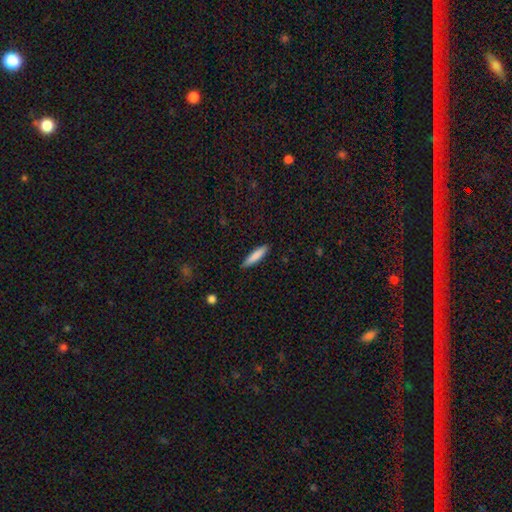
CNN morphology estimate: smooth 83%, featured or disk 11%, star or artifact 6%. Down the decision tree: how rounded — cigar-shaped (84%); merging — none (88%).